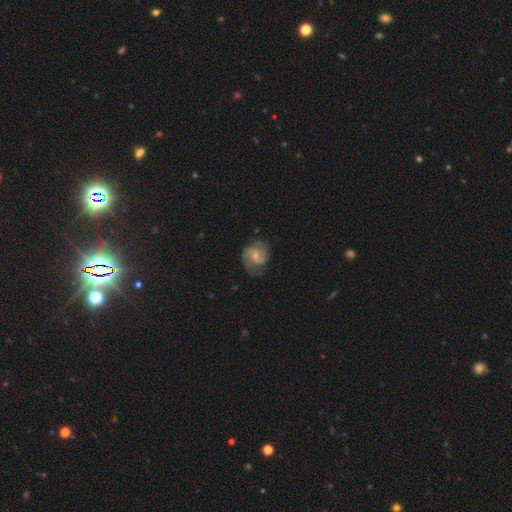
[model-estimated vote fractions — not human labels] Morphology: type=featured or disk (75%); edge-on=no (98%); bar=no (47%); spiral arms=yes (95%); winding=medium (52%); arm count=2 (84%); bulge=small (59%); merging=none (69%).